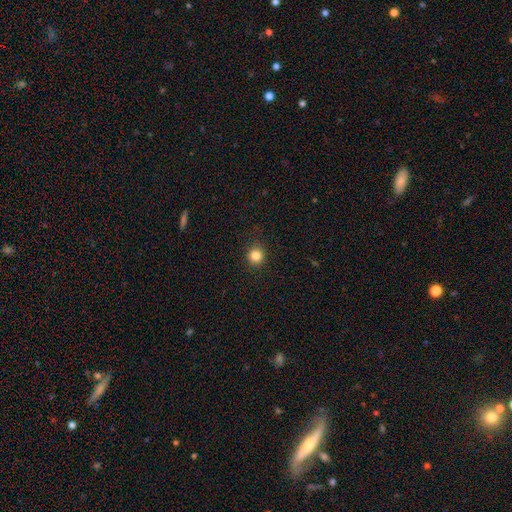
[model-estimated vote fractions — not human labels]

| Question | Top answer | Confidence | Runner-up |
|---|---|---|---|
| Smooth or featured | smooth | 84% | star or artifact (12%) |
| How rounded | round | 91% | in between (8%) |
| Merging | none | 90% | minor disturbance (7%) |